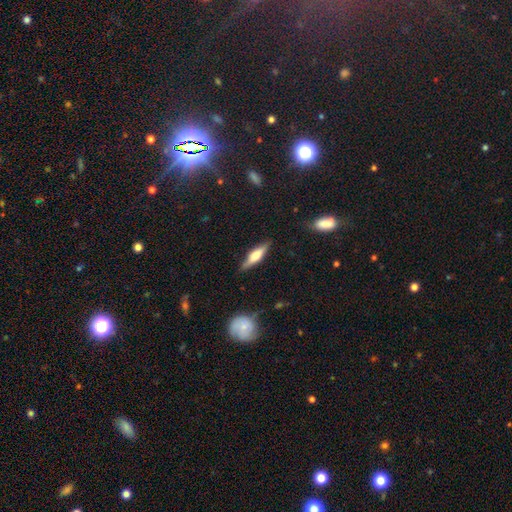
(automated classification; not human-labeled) Smooth or featured: featured or disk — 54% (smooth — 39%)
Edge-on disk: yes — 94% (no — 6%)
Edge-on bulge: rounded — 86% (boxy — 11%)
Merging: none — 84% (minor disturbance — 12%)